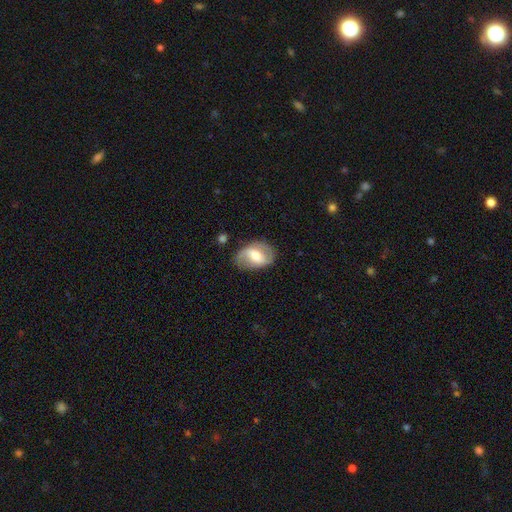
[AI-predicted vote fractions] smooth_or_featured: featured or disk (p=0.64) [alt: smooth p=0.29]
disk_edge_on: no (p=0.95) [alt: yes p=0.05]
bar: weak (p=0.44) [alt: strong p=0.36]
has_spiral_arms: yes (p=0.80) [alt: no p=0.20]
bulge_size: moderate (p=0.59) [alt: small p=0.24]
merging: none (p=0.71) [alt: minor disturbance p=0.20]